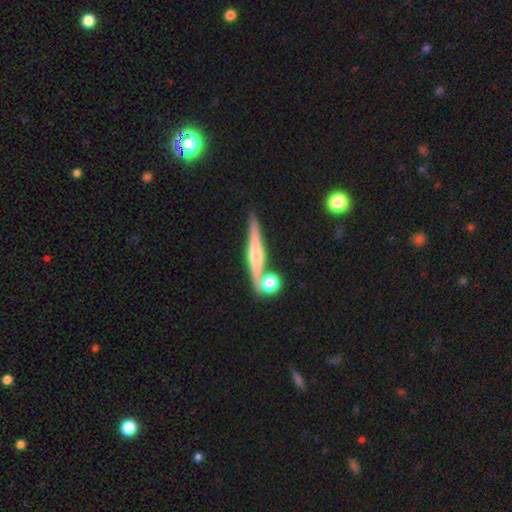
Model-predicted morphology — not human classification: Smooth or featured: featured or disk — 68% (smooth — 25%)
Edge-on disk: yes — 96% (no — 4%)
Edge-on bulge: rounded — 83% (none — 9%)
Merging: none — 73% (merger — 14%)